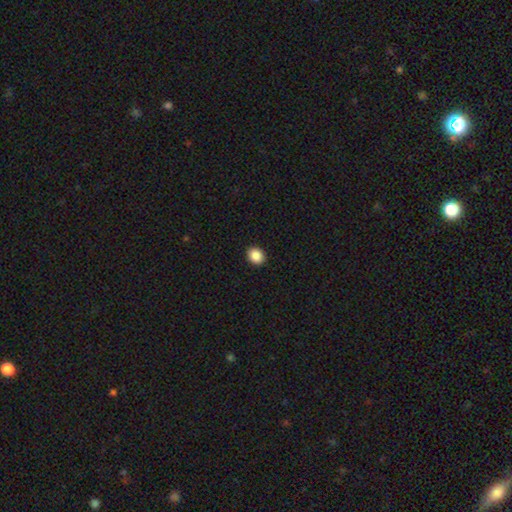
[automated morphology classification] Q: Smooth or featured?
A: smooth (88%); runner-up: star or artifact (9%)
Q: How rounded?
A: round (59%); runner-up: in between (40%)
Q: Merging?
A: none (92%); runner-up: minor disturbance (5%)